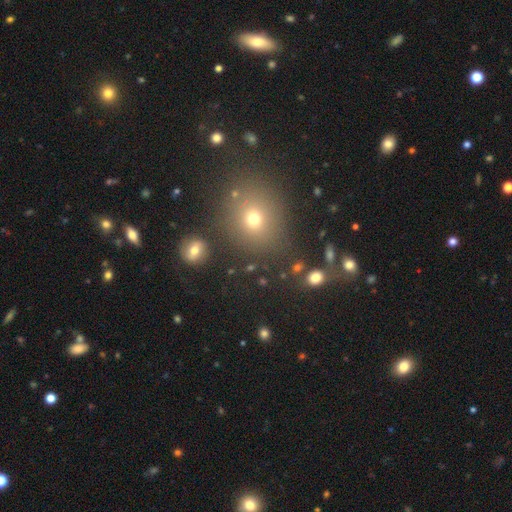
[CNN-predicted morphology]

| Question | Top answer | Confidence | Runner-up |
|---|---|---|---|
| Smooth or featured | smooth | 54% | star or artifact (36%) |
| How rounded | round | 73% | in between (26%) |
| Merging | none | 85% | minor disturbance (8%) |